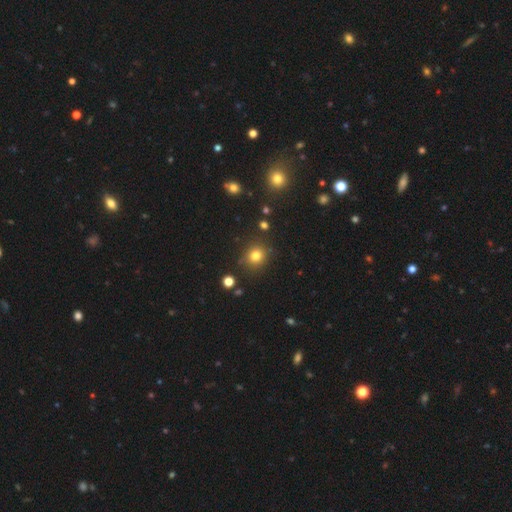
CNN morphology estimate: Smooth or featured?
  - smooth: 79% *
  - star or artifact: 15%
  - featured or disk: 6%
How rounded?
  - round: 85% *
  - in between: 14%
  - cigar-shaped: 1%
Merging?
  - none: 85% *
  - minor disturbance: 10%
  - major disturbance: 3%
  - merger: 3%